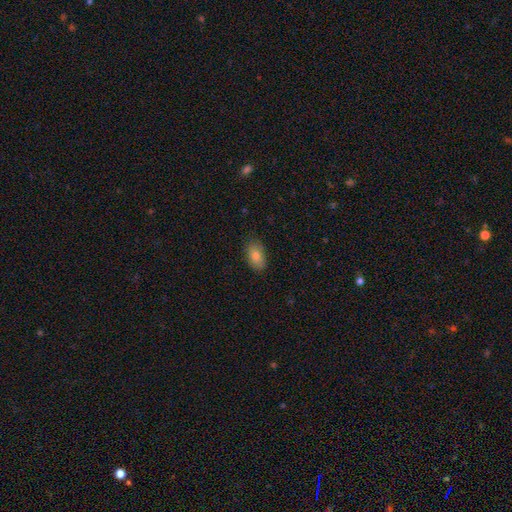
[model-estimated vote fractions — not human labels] smooth-or-featured: smooth: 81% | featured or disk: 11% | star or artifact: 8%
  how-rounded: in between: 92% | round: 6% | cigar-shaped: 2%
  merging: none: 85% | minor disturbance: 12% | major disturbance: 2% | merger: 1%